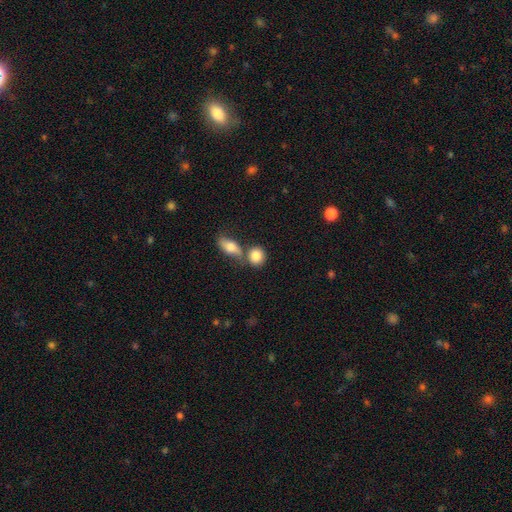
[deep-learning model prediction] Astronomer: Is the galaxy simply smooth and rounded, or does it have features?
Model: smooth — 85%.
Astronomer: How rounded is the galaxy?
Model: round — 70%.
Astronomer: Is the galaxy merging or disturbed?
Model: none — 51% (runner-up: merger, 35%).